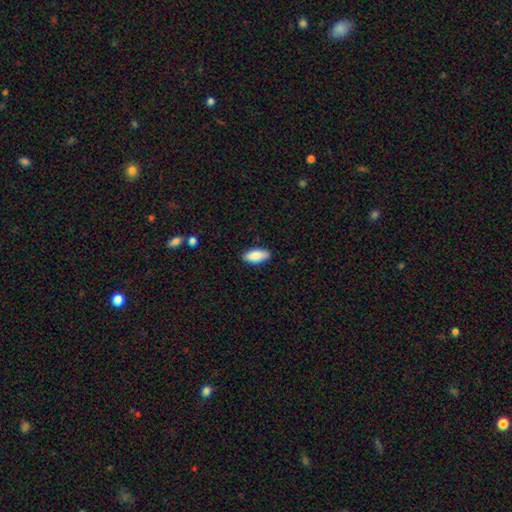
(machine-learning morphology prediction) Overall: smooth (87%). How rounded: in between (86%). Merging: none (86%).